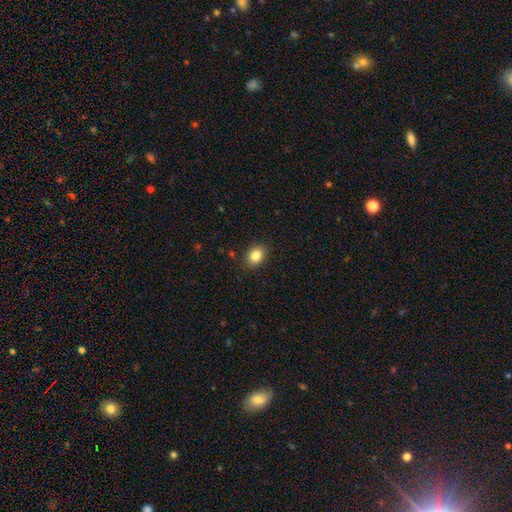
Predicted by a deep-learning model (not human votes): A smooth galaxy with no disk features (84%) that is in between round and cigar-shaped (68%).

Vote fractions:
- Smooth or featured? smooth: 84% / star or artifact: 9% / featured or disk: 7%
- How rounded? in between: 68% / round: 31% / cigar-shaped: 1%
- Merging? none: 88% / minor disturbance: 9% / major disturbance: 2% / merger: 1%